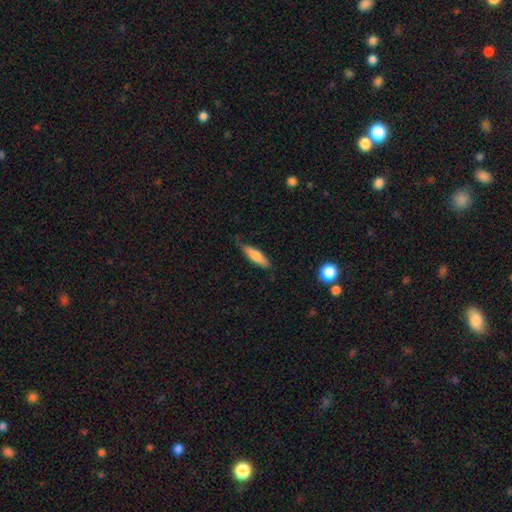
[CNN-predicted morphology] Smooth or featured? smooth (74%)
How rounded? cigar-shaped (64%)
Merging? none (71%)